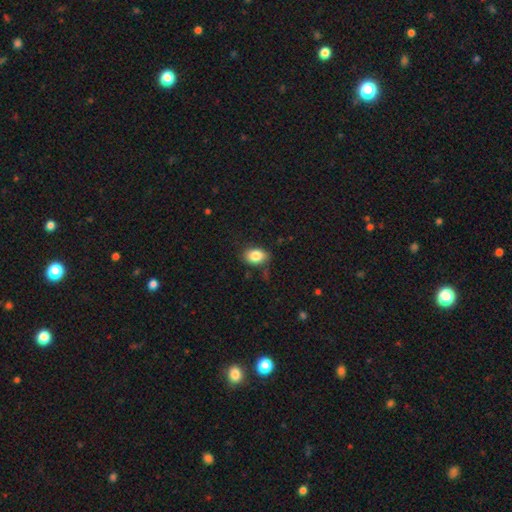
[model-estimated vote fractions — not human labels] Smooth or featured? Predicted: smooth (p=0.84). How rounded? Predicted: in between (p=0.79). Merging? Predicted: none (p=0.77).